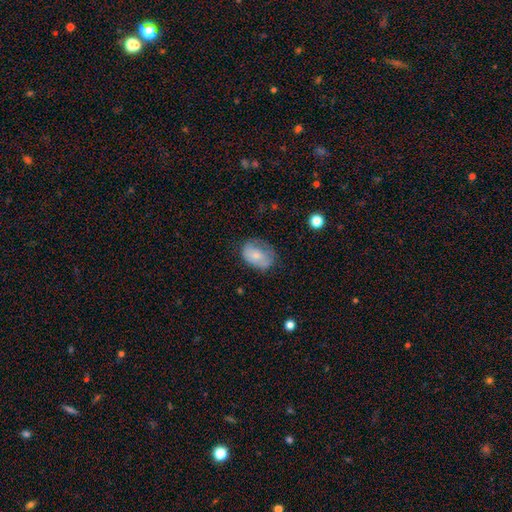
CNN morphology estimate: Smooth or featured? Predicted: smooth (p=0.70). How rounded? Predicted: in between (p=0.73). Merging? Predicted: none (p=0.53).